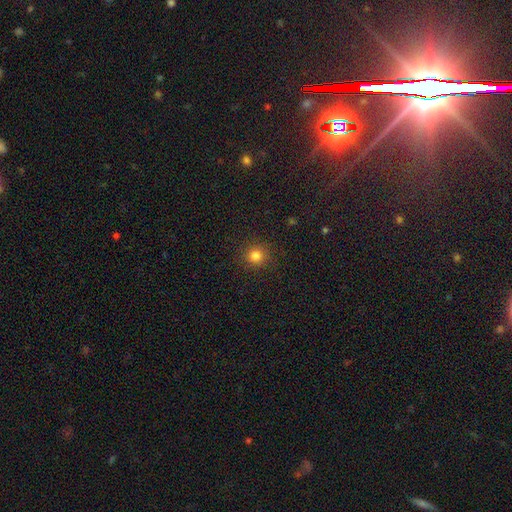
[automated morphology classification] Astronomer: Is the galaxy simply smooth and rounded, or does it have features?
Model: smooth — 82%.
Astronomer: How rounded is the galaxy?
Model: round — 93%.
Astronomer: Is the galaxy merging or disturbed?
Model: none — 91%.